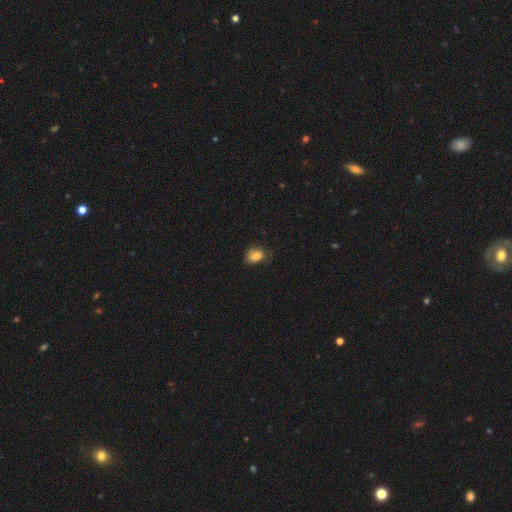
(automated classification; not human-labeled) smooth_or_featured: smooth (p=0.83) [alt: star or artifact p=0.09]
how_rounded: in between (p=0.62) [alt: round p=0.37]
merging: none (p=0.67) [alt: minor disturbance p=0.26]